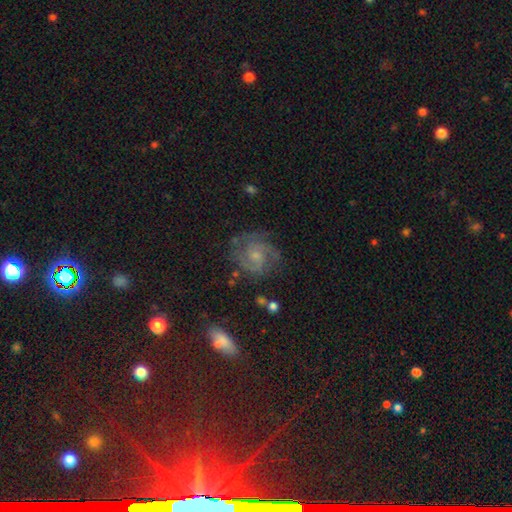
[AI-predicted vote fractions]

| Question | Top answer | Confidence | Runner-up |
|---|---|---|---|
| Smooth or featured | featured or disk | 76% | smooth (16%) |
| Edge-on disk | no | 98% | yes (2%) |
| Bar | no | 66% | weak (30%) |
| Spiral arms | yes | 92% | no (8%) |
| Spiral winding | medium | 44% | tight (43%) |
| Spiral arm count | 2 | 52% | can't tell (20%) |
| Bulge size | small | 60% | moderate (29%) |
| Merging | none | 70% | minor disturbance (18%) |